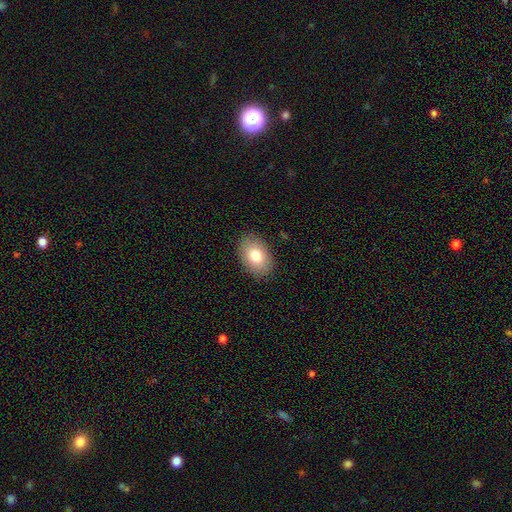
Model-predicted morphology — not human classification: Smooth or featured? Predicted: smooth (p=0.78). How rounded? Predicted: in between (p=0.88). Merging? Predicted: none (p=0.88).